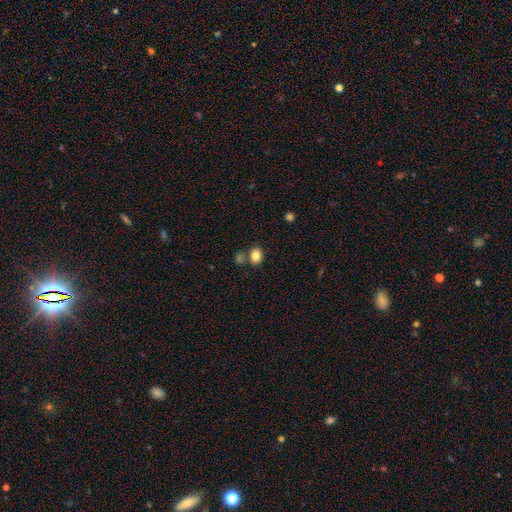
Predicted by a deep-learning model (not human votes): A smooth galaxy with no disk features (84%) that is in between round and cigar-shaped (53%). Merging: none (70%).